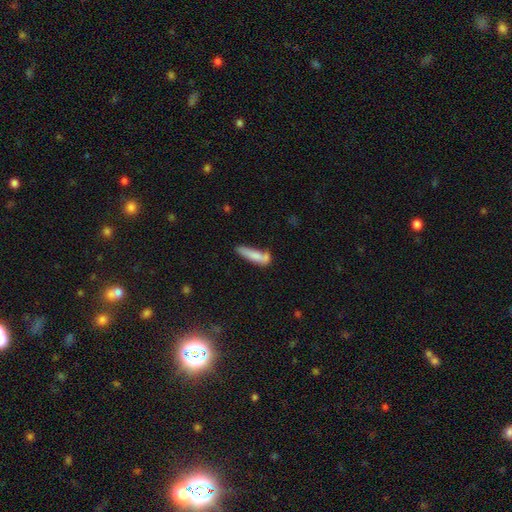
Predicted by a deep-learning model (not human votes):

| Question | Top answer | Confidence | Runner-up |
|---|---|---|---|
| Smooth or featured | smooth | 75% | featured or disk (17%) |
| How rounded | cigar-shaped | 75% | in between (23%) |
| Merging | none | 50% | minor disturbance (24%) |